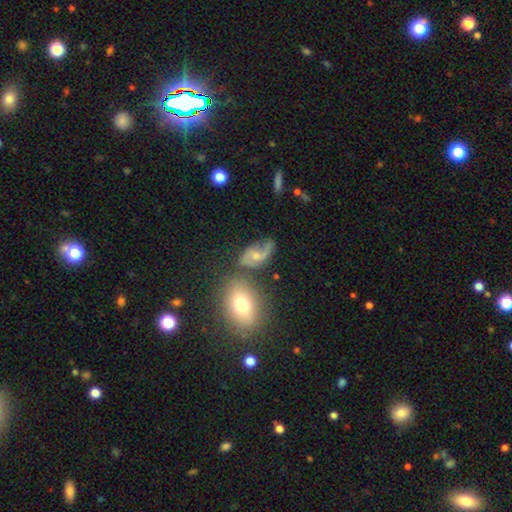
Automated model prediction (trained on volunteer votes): Smooth or featured: featured or disk — 72% (smooth — 19%)
Edge-on disk: no — 97% (yes — 3%)
Bar: no — 56% (weak — 37%)
Spiral arms: yes — 91% (no — 9%)
Spiral winding: loose — 57% (medium — 34%)
Spiral arm count: 2 — 82% (1 — 8%)
Bulge size: small — 47% (moderate — 43%)
Merging: none — 50% (minor disturbance — 22%)